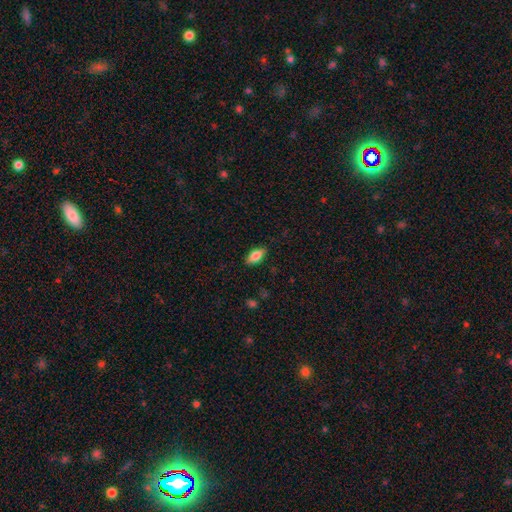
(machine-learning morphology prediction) A smooth galaxy with no disk features (81%) that is in between round and cigar-shaped (87%). Merging: none (85%).